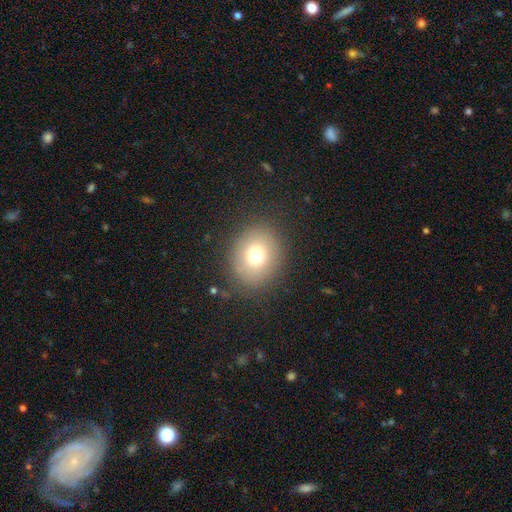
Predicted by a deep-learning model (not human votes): A smooth galaxy with no disk features (72%) that is round (74%). Merging: none (85%).